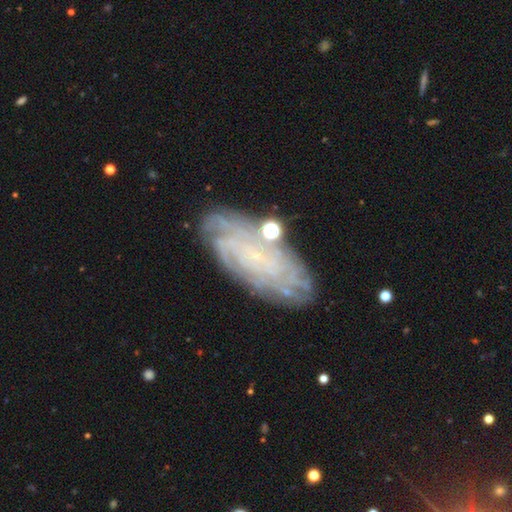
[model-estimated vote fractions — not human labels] A featured or disk galaxy (74%) with no bar (73%), tight (74%) spiral arms (86%) and a small central bulge (74%).

Vote fractions:
- Smooth or featured? featured or disk: 74% / smooth: 17% / star or artifact: 9%
- Edge-on disk? no: 90% / yes: 10%
- Bar? no: 73% / weak: 21% / strong: 6%
- Spiral arms? yes: 86% / no: 14%
- Spiral winding? tight: 74% / medium: 19% / loose: 7%
- Spiral arm count? can't tell: 51% / more than 4: 15% / 4: 13% / 3: 8% / 2: 8% / 1: 5%
- Bulge size? small: 74% / none: 16% / moderate: 7% / large: 1% / dominant: 1%
- Merging? none: 76% / minor disturbance: 15% / major disturbance: 5% / merger: 4%